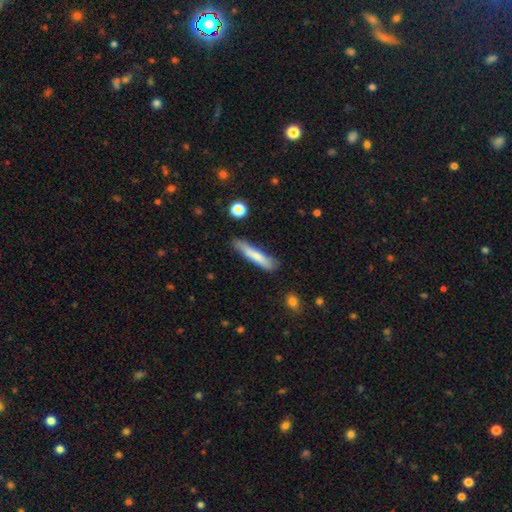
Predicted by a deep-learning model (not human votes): Smooth or featured?
  - smooth: 72% *
  - featured or disk: 22%
  - star or artifact: 6%
How rounded?
  - cigar-shaped: 88% *
  - in between: 10%
  - round: 1%
Merging?
  - none: 75% *
  - minor disturbance: 18%
  - major disturbance: 4%
  - merger: 3%